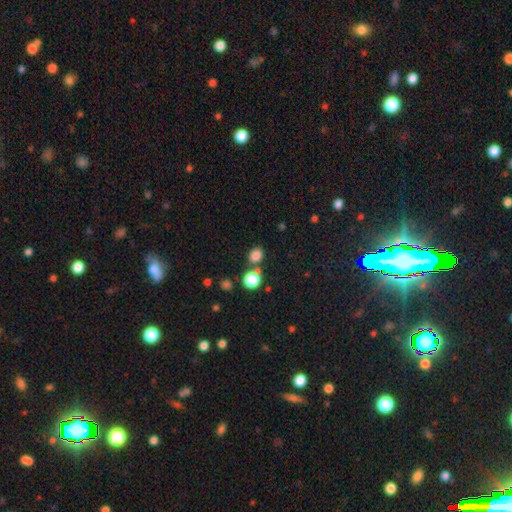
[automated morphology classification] Overall: smooth (81%). How rounded: round (67%; in between 32%). Merging: none (71%).